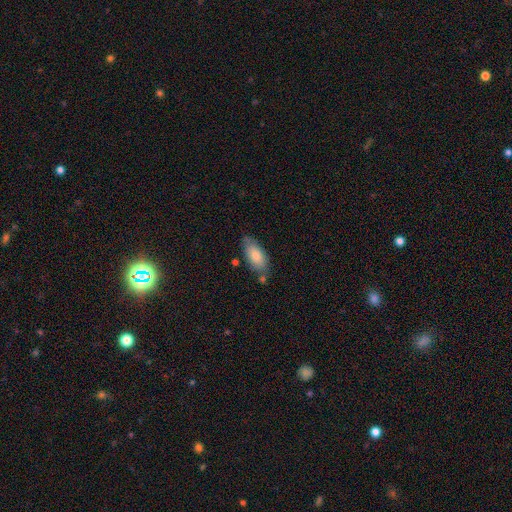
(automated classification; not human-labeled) Smooth or featured? Predicted: smooth (p=0.82). How rounded? Predicted: in between (p=0.85). Merging? Predicted: none (p=0.68).